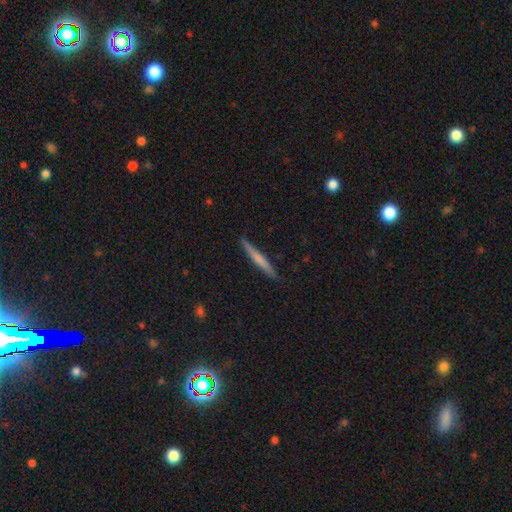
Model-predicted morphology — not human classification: Smooth or featured? Predicted: smooth (p=0.57). How rounded? Predicted: cigar-shaped (p=0.96). Merging? Predicted: none (p=0.90).